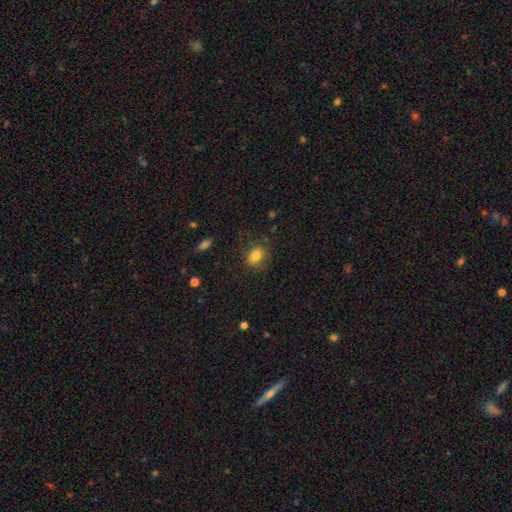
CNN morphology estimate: This appears to be a smooth galaxy with no disk features (80%) that is in between round and cigar-shaped (60%). Merging: none (74%).